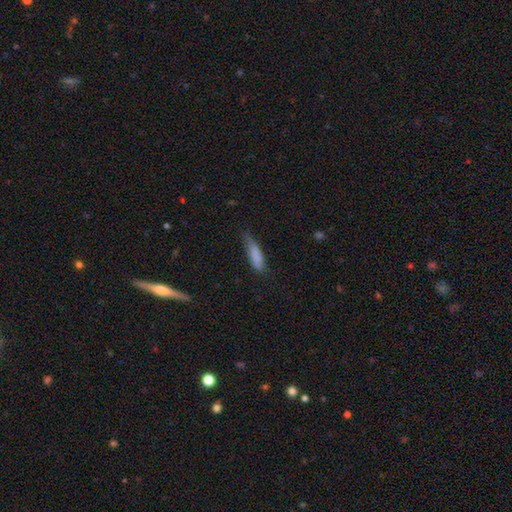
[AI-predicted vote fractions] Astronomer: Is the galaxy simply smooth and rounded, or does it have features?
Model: smooth — 84%.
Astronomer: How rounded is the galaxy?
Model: cigar-shaped — 62%.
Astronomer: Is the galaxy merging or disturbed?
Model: none — 60%.